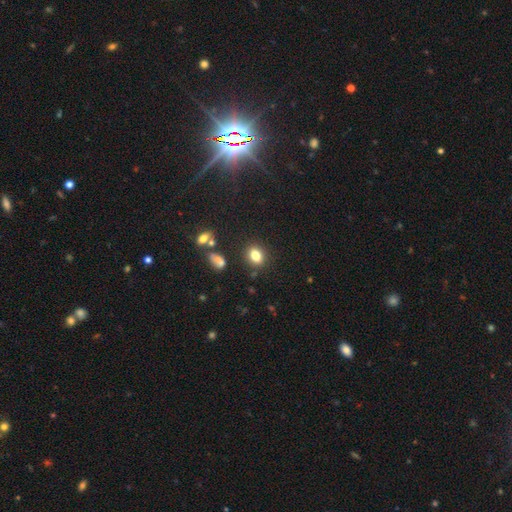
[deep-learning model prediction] smooth_or_featured: smooth (p=0.81) [alt: star or artifact p=0.11]
how_rounded: in between (p=0.56) [alt: round p=0.42]
merging: none (p=0.84) [alt: minor disturbance p=0.09]